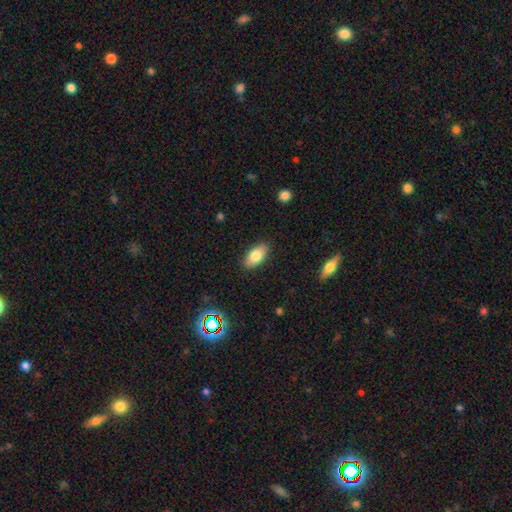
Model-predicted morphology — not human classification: A smooth galaxy with no disk features (80%) that is in between round and cigar-shaped (91%). Merging: none (88%).